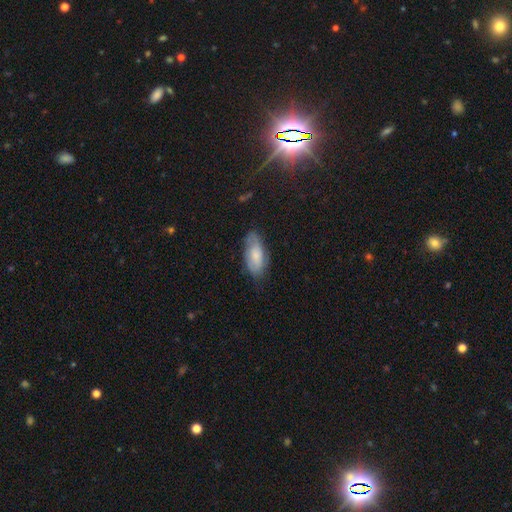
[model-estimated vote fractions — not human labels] Overall: smooth (62%; featured or disk 31%). How rounded: in between (89%). Merging: none (64%; minor disturbance 27%).